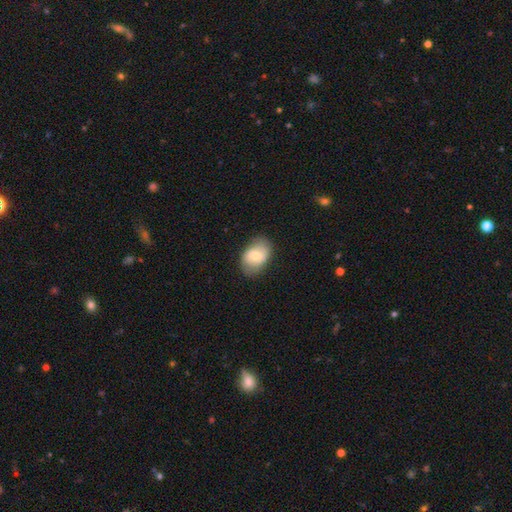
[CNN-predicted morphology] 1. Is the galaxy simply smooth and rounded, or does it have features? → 65% smooth, 28% featured or disk, 7% star or artifact.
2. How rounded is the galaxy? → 84% in between, 14% round, 1% cigar-shaped.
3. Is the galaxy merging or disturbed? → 79% none, 16% minor disturbance, 4% major disturbance, 1% merger.